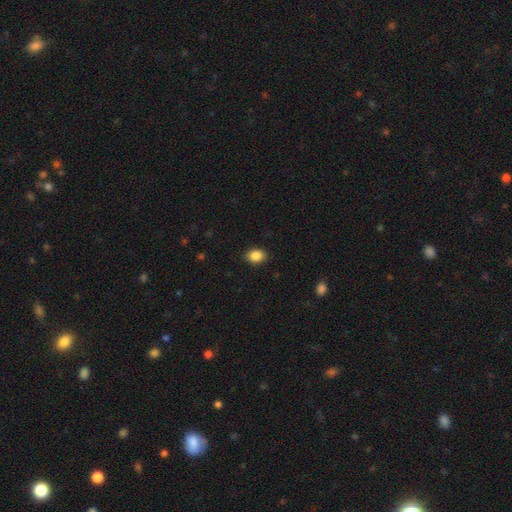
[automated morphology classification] smooth-or-featured: smooth: 88% | star or artifact: 8% | featured or disk: 4%
  how-rounded: in between: 69% | round: 30% | cigar-shaped: 1%
  merging: none: 89% | minor disturbance: 8% | major disturbance: 2% | merger: 1%